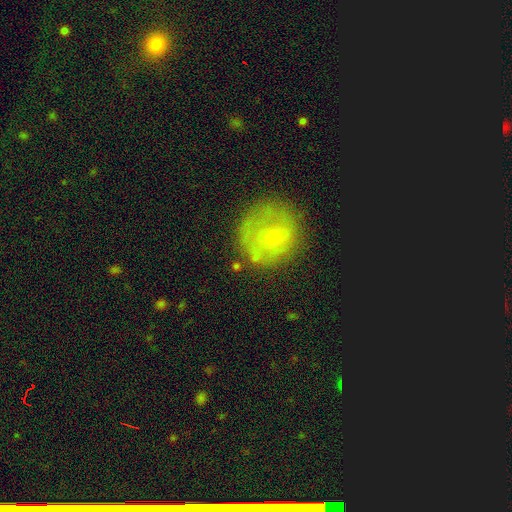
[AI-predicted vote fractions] Q: Smooth or featured?
A: featured or disk (46%); runner-up: smooth (43%)
Q: Merging?
A: none (56%); runner-up: minor disturbance (21%)